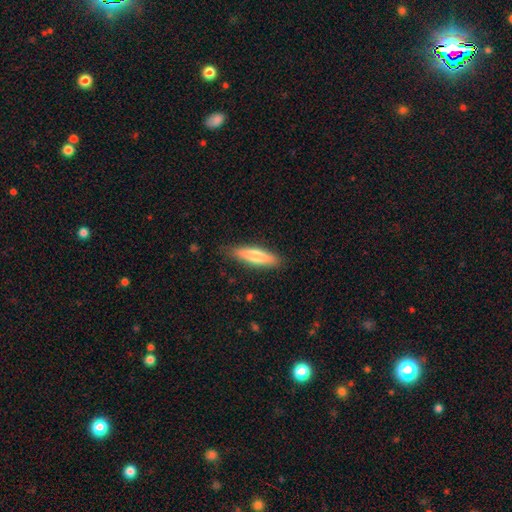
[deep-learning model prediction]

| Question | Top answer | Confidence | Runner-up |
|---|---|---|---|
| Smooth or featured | smooth | 71% | featured or disk (23%) |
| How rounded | cigar-shaped | 73% | in between (26%) |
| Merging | none | 86% | minor disturbance (11%) |